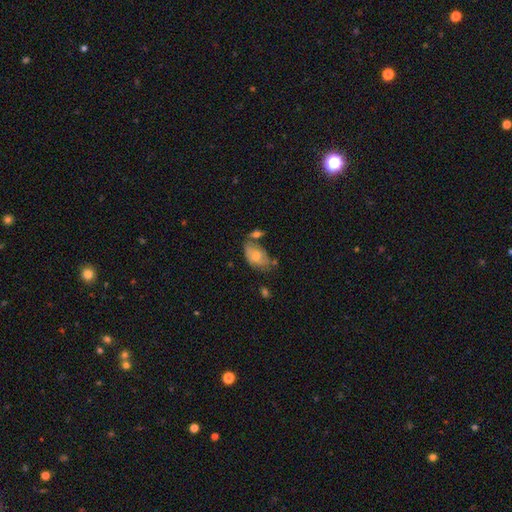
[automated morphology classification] smooth-or-featured: smooth: 52% | featured or disk: 39% | star or artifact: 8%
  how-rounded: in between: 89% | round: 9% | cigar-shaped: 2%
  merging: none: 39% | minor disturbance: 27% | merger: 21% | major disturbance: 13%